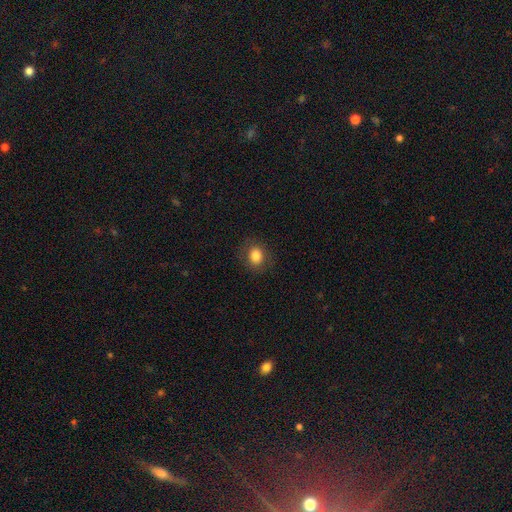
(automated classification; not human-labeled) Morphology: type=smooth (83%); roundness=round (58%); merging=none (85%).